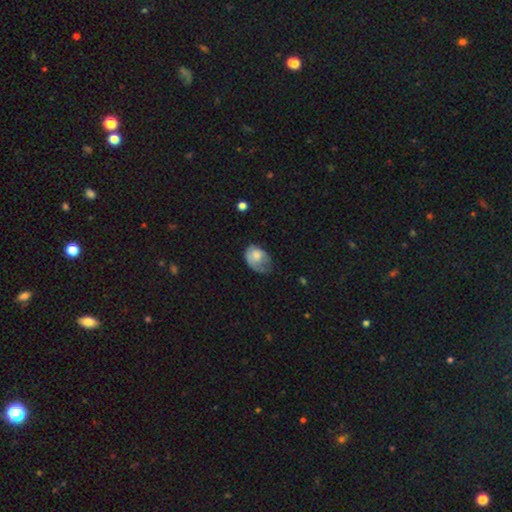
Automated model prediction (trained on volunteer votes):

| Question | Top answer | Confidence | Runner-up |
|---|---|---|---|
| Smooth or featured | smooth | 63% | featured or disk (29%) |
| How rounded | in between | 71% | round (28%) |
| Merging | minor disturbance | 39% | major disturbance (31%) |